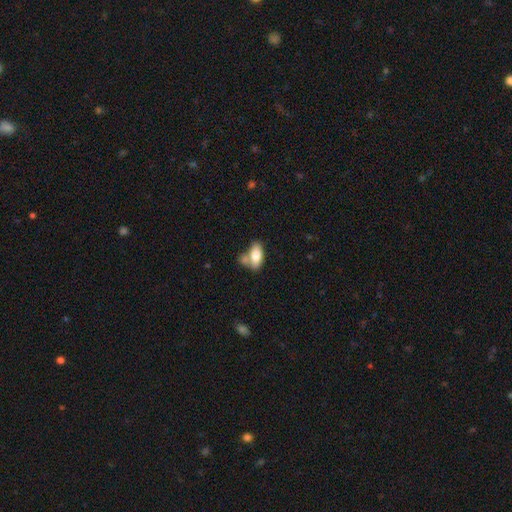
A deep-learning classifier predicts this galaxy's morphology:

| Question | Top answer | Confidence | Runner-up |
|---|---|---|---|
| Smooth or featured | smooth | 76% | featured or disk (18%) |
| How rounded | in between | 90% | cigar-shaped (7%) |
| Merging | none | 48% | merger (31%) |